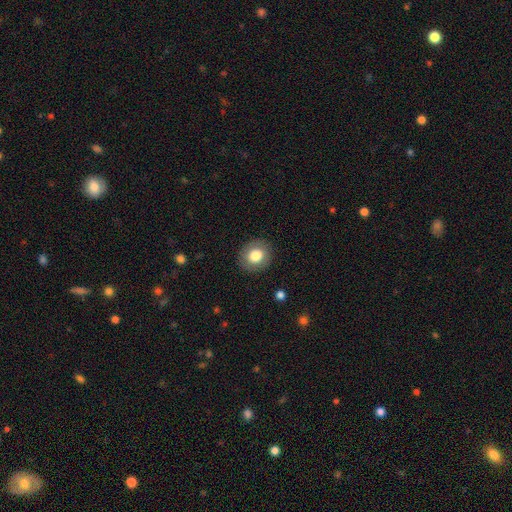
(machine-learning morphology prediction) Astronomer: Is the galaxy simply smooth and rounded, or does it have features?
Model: smooth — 79%.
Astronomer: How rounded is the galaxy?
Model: round — 72%.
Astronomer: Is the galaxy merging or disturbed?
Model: none — 88%.